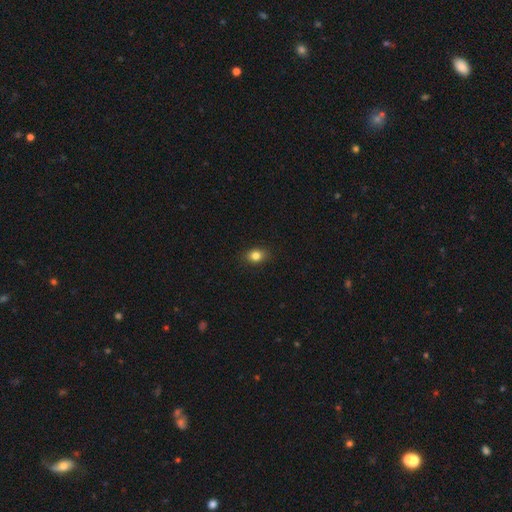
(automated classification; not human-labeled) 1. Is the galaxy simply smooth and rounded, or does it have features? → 82% smooth, 11% star or artifact, 7% featured or disk.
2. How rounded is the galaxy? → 60% in between, 38% round, 2% cigar-shaped.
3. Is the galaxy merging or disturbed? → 88% none, 9% minor disturbance, 2% major disturbance, 1% merger.